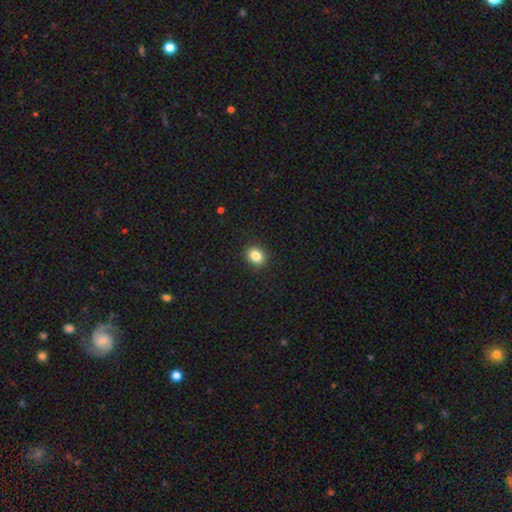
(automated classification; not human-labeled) Morphology: type=smooth (84%); roundness=in between (56%); merging=none (90%).